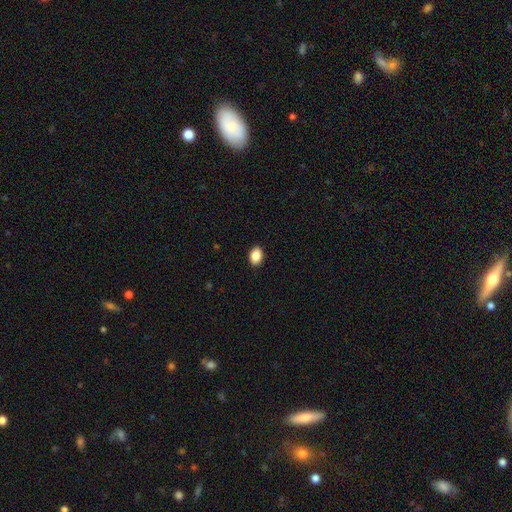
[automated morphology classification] A smooth galaxy with no disk features (87%) that is in between round and cigar-shaped (76%). Merging: none (90%).